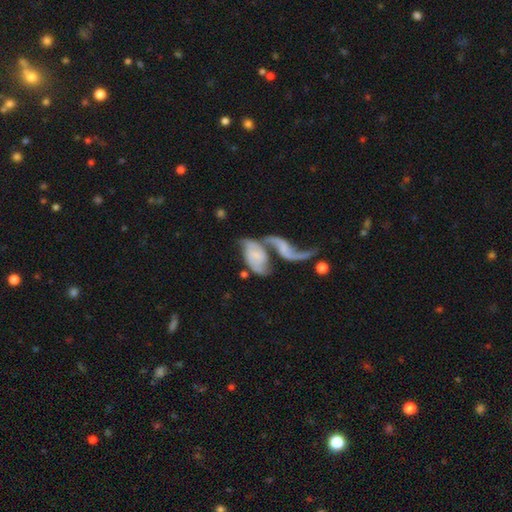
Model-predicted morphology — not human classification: featured or disk 68%, smooth 25%, star or artifact 7%. Down the decision tree: edge-on disk — no (95%); bar — no (57%); spiral arms — yes (84%); spiral arm count — 2 (78%); spiral winding — loose (67%); bulge size — small (48%); merging — merger (64%).